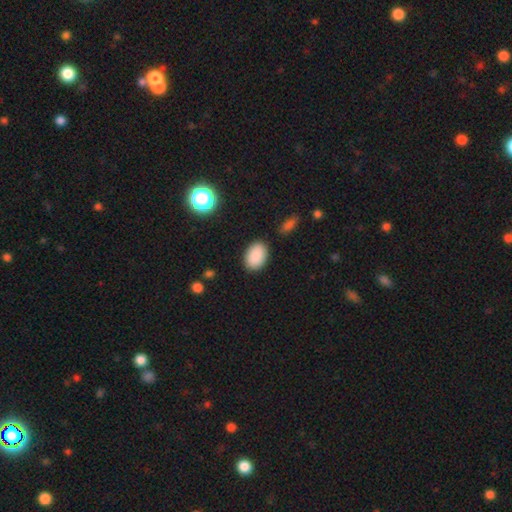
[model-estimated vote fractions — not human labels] A smooth galaxy with no disk features (89%) that is in between round and cigar-shaped (87%). Merging: none (86%).